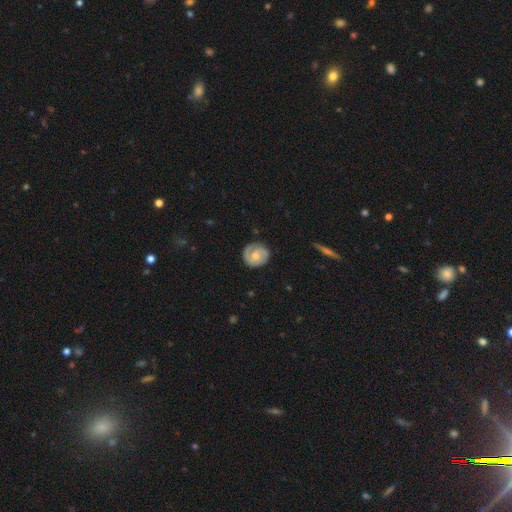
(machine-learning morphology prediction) Smooth or featured?
  - featured or disk: 64% *
  - smooth: 31%
  - star or artifact: 6%
Edge-on disk?
  - no: 97% *
  - yes: 3%
Bar?
  - no: 62% *
  - weak: 33%
  - strong: 5%
Spiral arms?
  - yes: 88% *
  - no: 12%
Spiral winding?
  - tight: 57% *
  - medium: 33%
  - loose: 10%
Spiral arm count?
  - 2: 63% *
  - 1: 17%
  - can't tell: 14%
  - 3: 3%
  - 4: 1%
  - more than 4: 1%
Bulge size?
  - moderate: 55% *
  - small: 34%
  - none: 5%
  - large: 5%
  - dominant: 1%
Merging?
  - none: 80% *
  - minor disturbance: 15%
  - major disturbance: 4%
  - merger: 1%